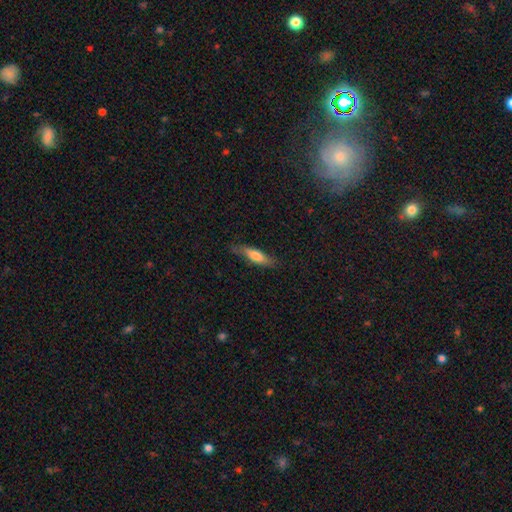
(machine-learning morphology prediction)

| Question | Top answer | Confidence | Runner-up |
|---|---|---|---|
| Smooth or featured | smooth | 68% | featured or disk (26%) |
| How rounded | cigar-shaped | 63% | in between (35%) |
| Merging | none | 73% | minor disturbance (21%) |